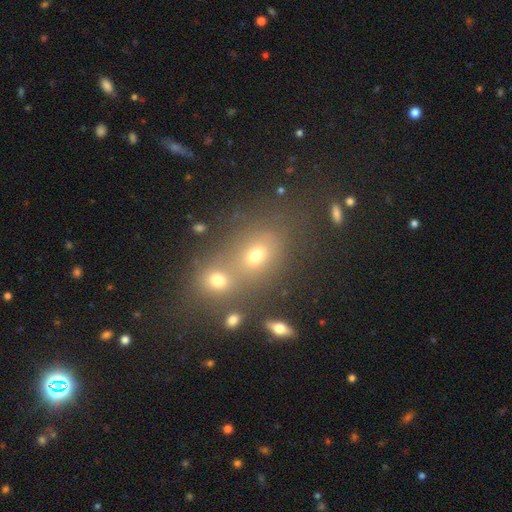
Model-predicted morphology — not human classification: Smooth or featured: smooth — 61% (star or artifact — 22%)
How rounded: in between — 52% (round — 46%)
Merging: none — 44% (merger — 42%)